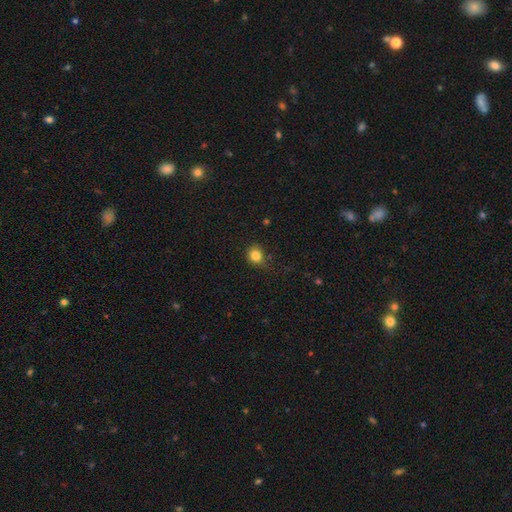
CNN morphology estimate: smooth_or_featured: smooth (p=0.83) [alt: star or artifact p=0.12]
how_rounded: round (p=0.79) [alt: in between p=0.20]
merging: none (p=0.74) [alt: minor disturbance p=0.18]